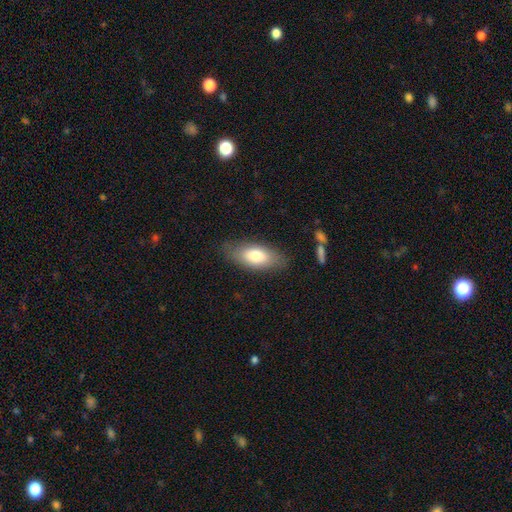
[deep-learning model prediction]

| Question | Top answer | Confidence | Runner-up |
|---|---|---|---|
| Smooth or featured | smooth | 76% | featured or disk (18%) |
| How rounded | in between | 85% | cigar-shaped (12%) |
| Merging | none | 79% | minor disturbance (15%) |